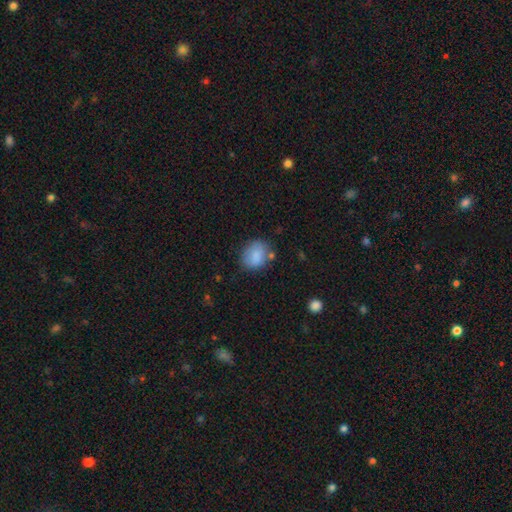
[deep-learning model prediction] Morphology: type=smooth (84%); roundness=round (51%); merging=none (68%).